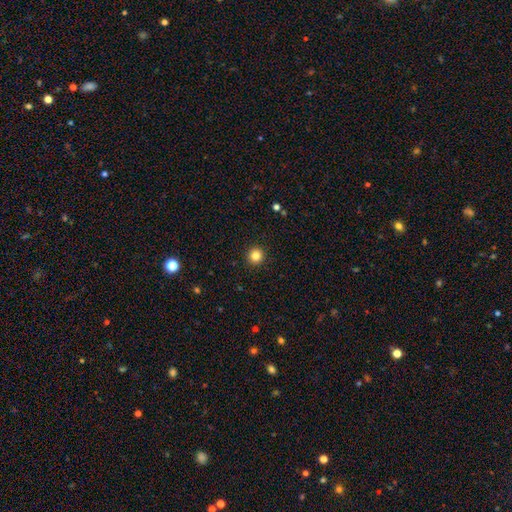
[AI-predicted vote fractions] Smooth or featured? Predicted: smooth (p=0.84). How rounded? Predicted: round (p=0.95). Merging? Predicted: none (p=0.93).